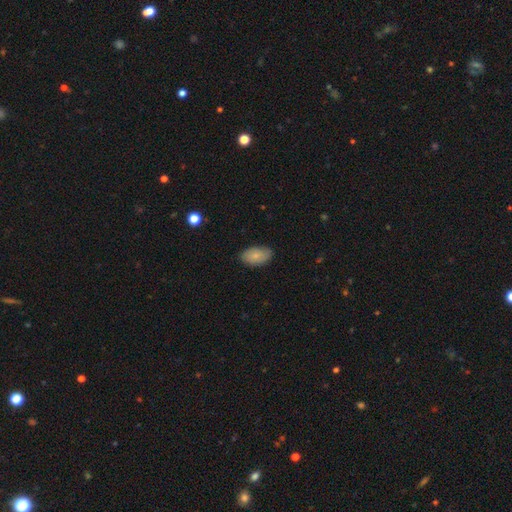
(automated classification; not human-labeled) Smooth or featured? smooth (79%)
How rounded? in between (93%)
Merging? none (82%)